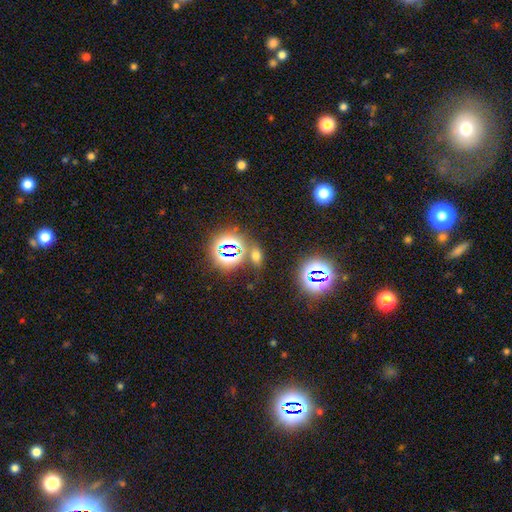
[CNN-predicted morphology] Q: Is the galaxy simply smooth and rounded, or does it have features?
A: smooth — 48%.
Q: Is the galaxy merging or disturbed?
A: none — 72%.